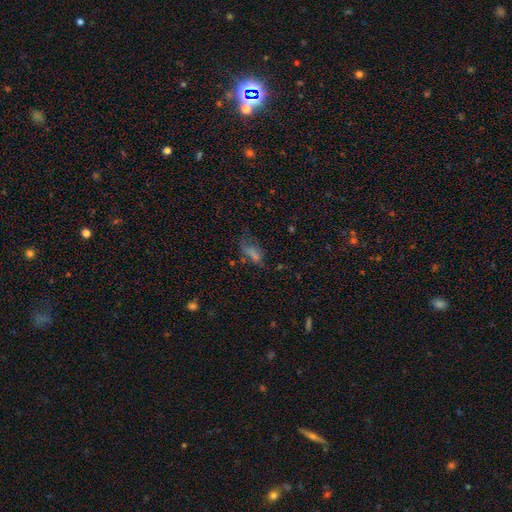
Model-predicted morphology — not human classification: Smooth or featured: smooth — 56% (star or artifact — 26%)
How rounded: in between — 70% (cigar-shaped — 23%)
Merging: none — 40% (major disturbance — 29%)